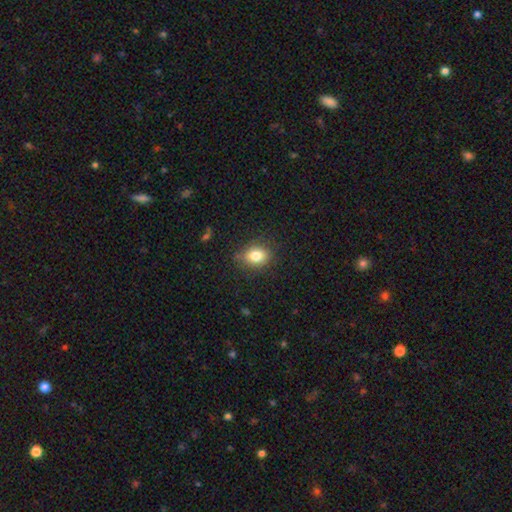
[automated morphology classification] Q: Smooth or featured?
A: smooth (82%); runner-up: star or artifact (10%)
Q: How rounded?
A: in between (61%); runner-up: round (38%)
Q: Merging?
A: none (80%); runner-up: minor disturbance (15%)